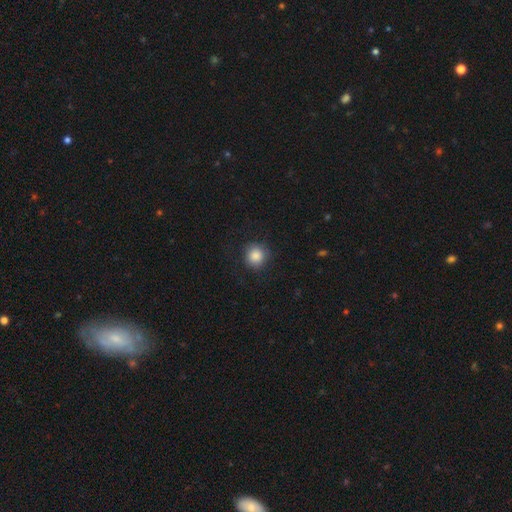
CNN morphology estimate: Q: Smooth or featured?
A: smooth (87%); runner-up: star or artifact (9%)
Q: How rounded?
A: round (91%); runner-up: in between (8%)
Q: Merging?
A: none (85%); runner-up: minor disturbance (10%)